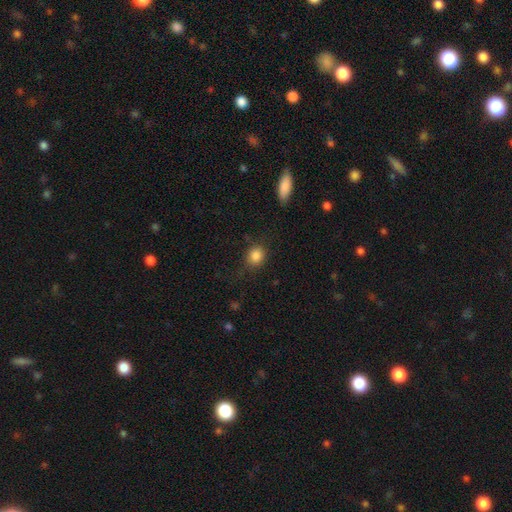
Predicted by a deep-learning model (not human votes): smooth 85%, star or artifact 10%, featured or disk 5%. Down the decision tree: how rounded — round (72%); merging — none (79%).